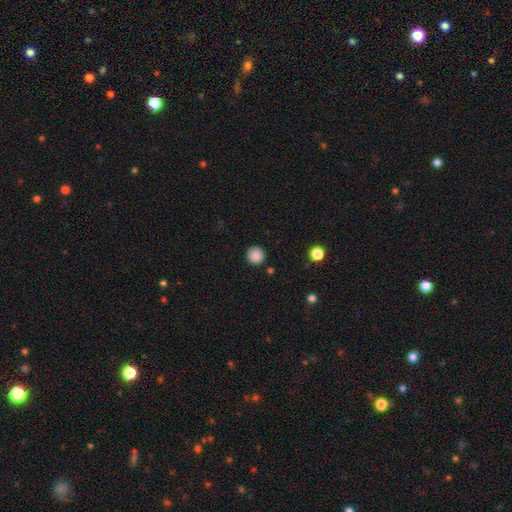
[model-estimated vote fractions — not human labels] Smooth or featured: smooth — 87% (star or artifact — 10%)
How rounded: round — 95% (in between — 4%)
Merging: none — 90% (minor disturbance — 6%)